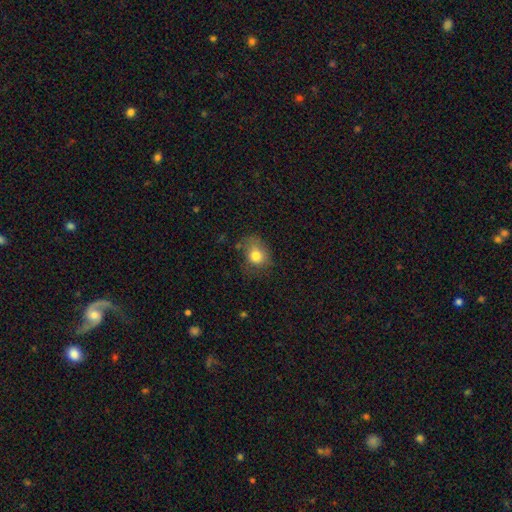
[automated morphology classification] The model was most divided on "how rounded": round: 55%, in between: 44%, cigar-shaped: 1%. More confident: smooth or featured — smooth (78%); merging — none (54%).